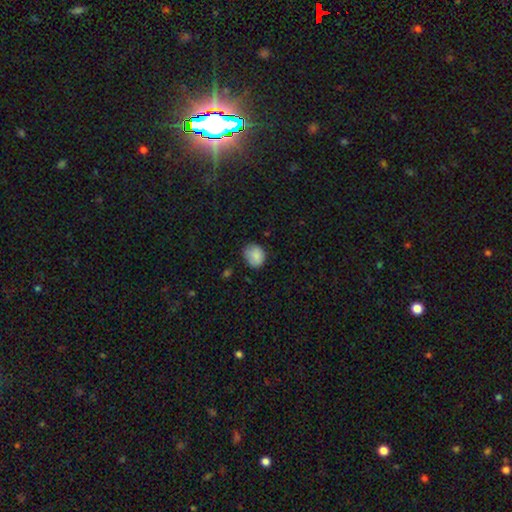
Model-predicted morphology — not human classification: A smooth galaxy with no disk features (85%) that is round (67%). Merging: none (70%).